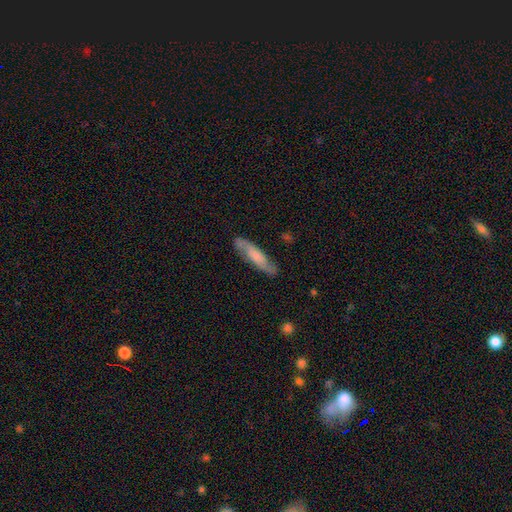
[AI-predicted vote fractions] This is possibly a featured or disk galaxy (50%). Merging: clearly none (81%).